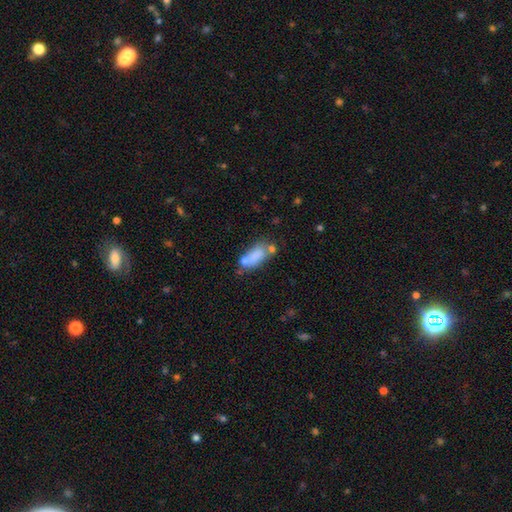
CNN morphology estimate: Smooth or featured? Predicted: smooth (p=0.73). How rounded? Predicted: in between (p=0.83). Merging? Predicted: none (p=0.39).